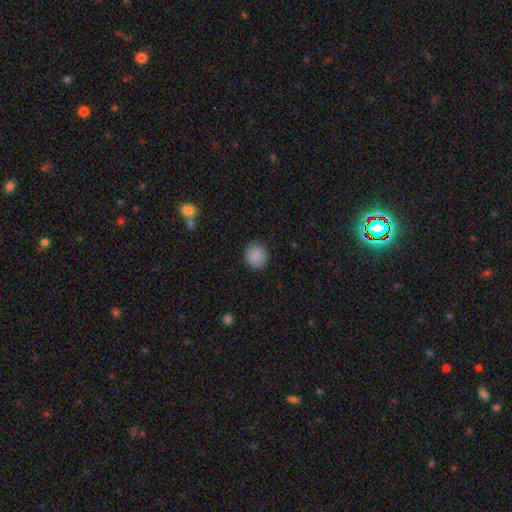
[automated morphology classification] This appears to be a smooth galaxy with no disk features (88%) that is round (82%). Merging: none (88%).